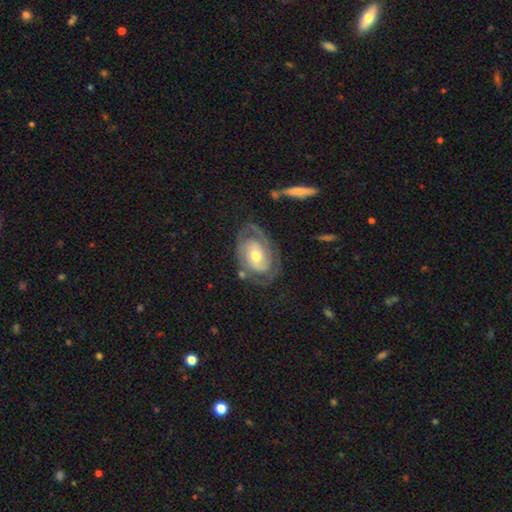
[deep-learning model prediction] A featured or disk galaxy (81%) with no bar (68%), 2 (60%) tight (63%) spiral arms (90%) and a moderate central bulge (64%). Merging: none (64%).